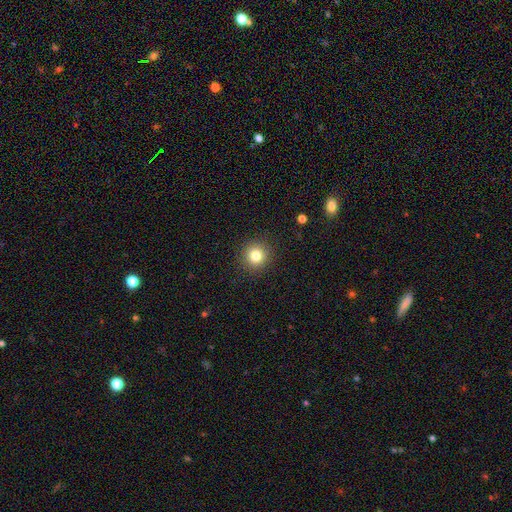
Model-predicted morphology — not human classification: Overall: smooth (81%). How rounded: round (93%). Merging: none (91%).